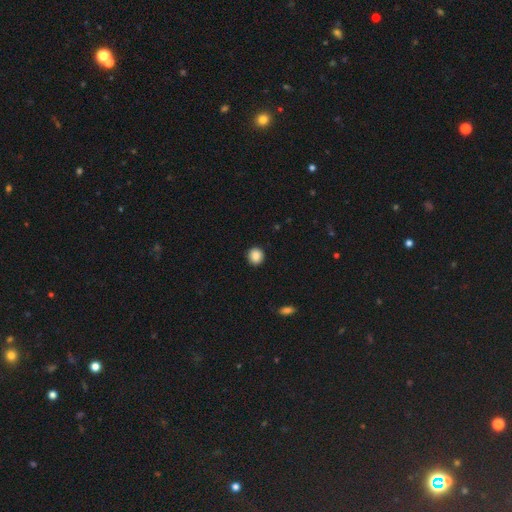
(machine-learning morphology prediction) smooth-or-featured: smooth: 88% | star or artifact: 9% | featured or disk: 3%
  how-rounded: round: 89% | in between: 10% | cigar-shaped: 1%
  merging: none: 92% | minor disturbance: 6% | major disturbance: 2% | merger: 1%